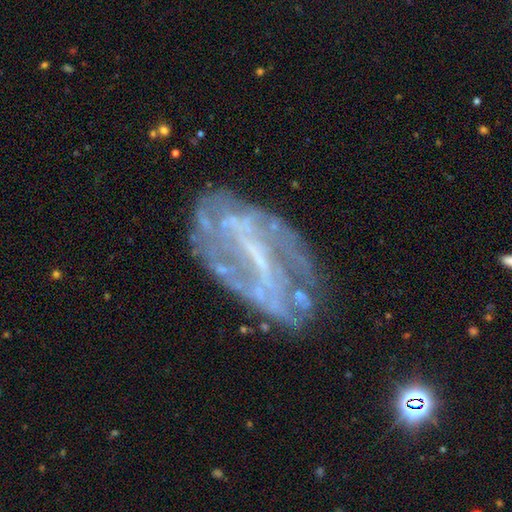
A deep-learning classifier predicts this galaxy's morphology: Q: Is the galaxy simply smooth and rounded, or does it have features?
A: featured or disk — 79%.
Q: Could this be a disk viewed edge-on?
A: no — 93%.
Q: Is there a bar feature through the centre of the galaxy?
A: strong — 52%.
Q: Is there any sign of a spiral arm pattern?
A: yes — 66%.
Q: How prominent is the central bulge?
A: small — 44%.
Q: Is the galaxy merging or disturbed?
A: none — 63%.